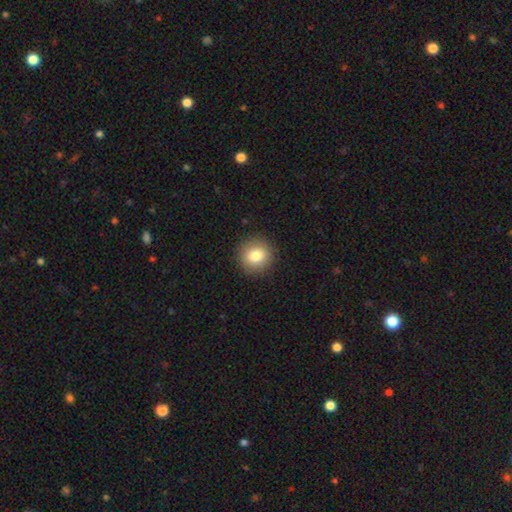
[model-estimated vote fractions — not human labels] The model was most divided on "smooth or featured": smooth: 82%, star or artifact: 9%, featured or disk: 9%. More confident: merging — none (91%); how rounded — round (91%).